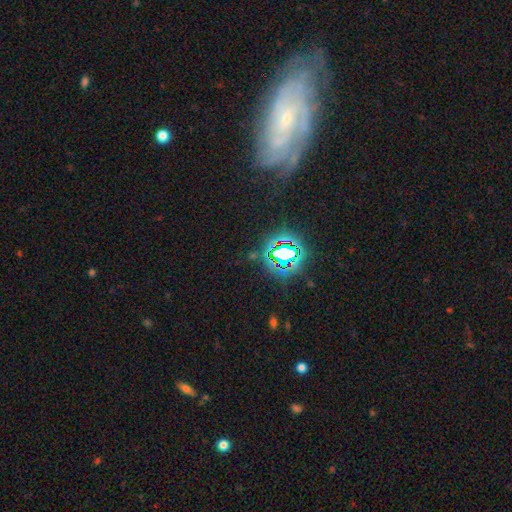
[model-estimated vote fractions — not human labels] A star or artifact, not a galaxy (67%).